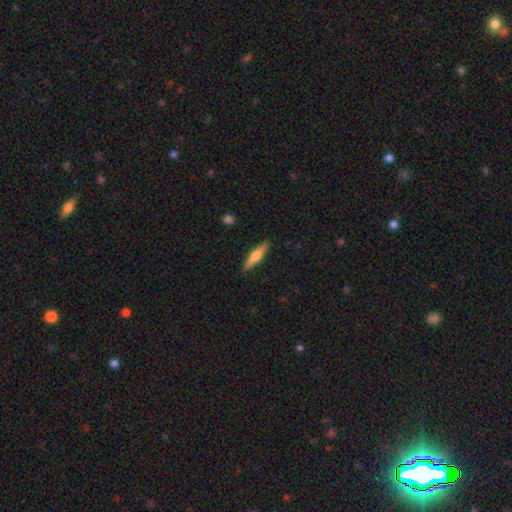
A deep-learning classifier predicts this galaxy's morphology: Overall: smooth (49%; featured or disk 45%). Merging: none (89%).